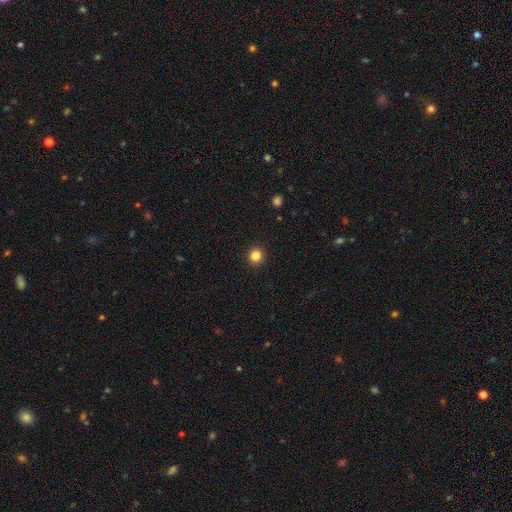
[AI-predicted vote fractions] Overall: smooth (84%). How rounded: round (95%). Merging: none (93%).